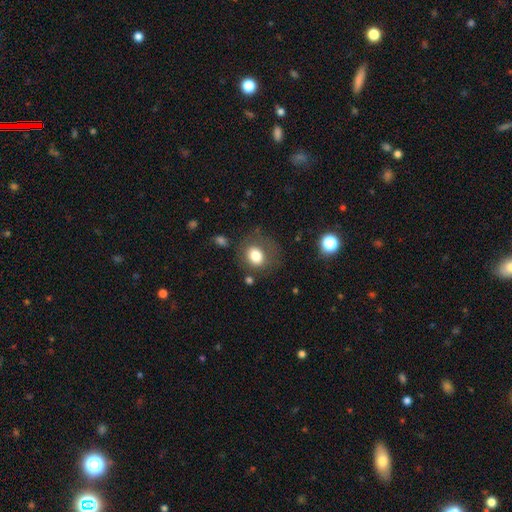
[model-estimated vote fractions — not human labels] Q: Smooth or featured?
A: smooth (77%); runner-up: featured or disk (13%)
Q: How rounded?
A: round (62%); runner-up: in between (37%)
Q: Merging?
A: none (65%); runner-up: minor disturbance (19%)